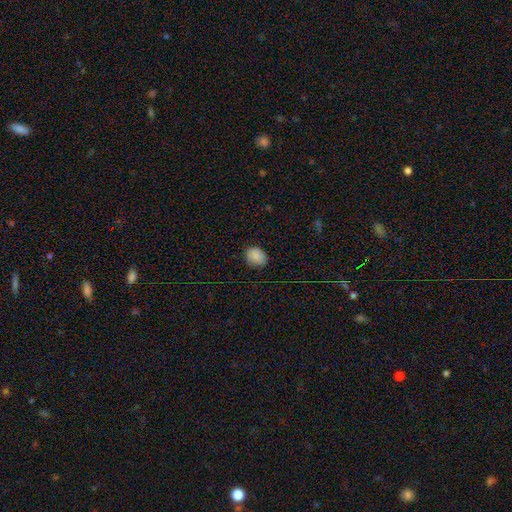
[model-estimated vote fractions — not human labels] smooth-or-featured: smooth: 87% | star or artifact: 8% | featured or disk: 5%
  how-rounded: round: 51% | in between: 48% | cigar-shaped: 1%
  merging: none: 82% | minor disturbance: 14% | major disturbance: 3% | merger: 1%